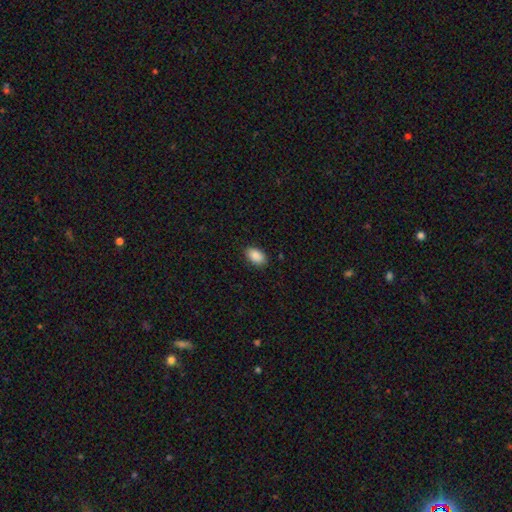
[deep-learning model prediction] smooth-or-featured: smooth: 90% | star or artifact: 7% | featured or disk: 3%
  how-rounded: in between: 92% | round: 7% | cigar-shaped: 1%
  merging: none: 87% | minor disturbance: 10% | major disturbance: 2% | merger: 1%